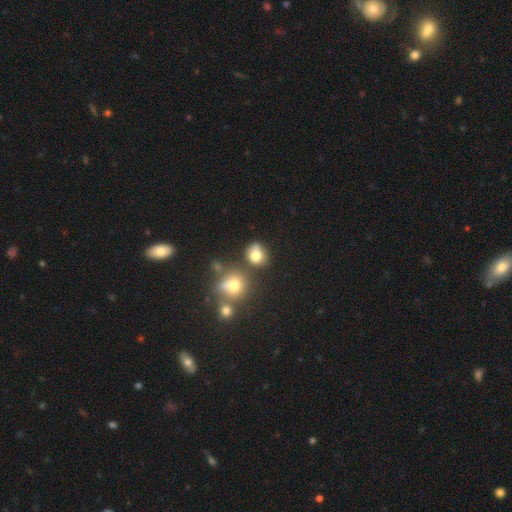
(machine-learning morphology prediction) smooth_or_featured: smooth (p=0.77) [alt: star or artifact p=0.13]
how_rounded: round (p=0.67) [alt: in between p=0.32]
merging: none (p=0.59) [alt: merger p=0.18]